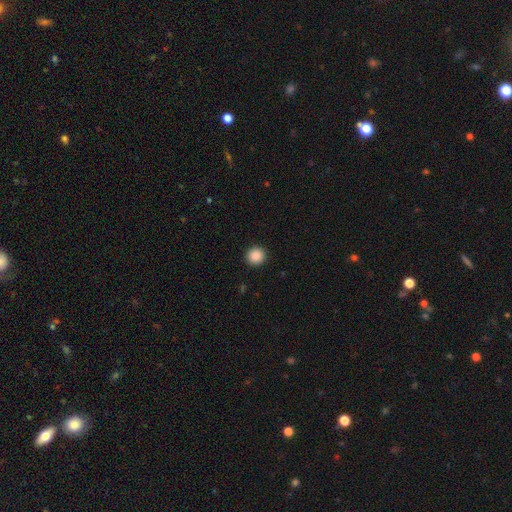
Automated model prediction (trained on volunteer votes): This is clearly a smooth galaxy (88%). How rounded: clearly round (94%). Merging: clearly none (93%).